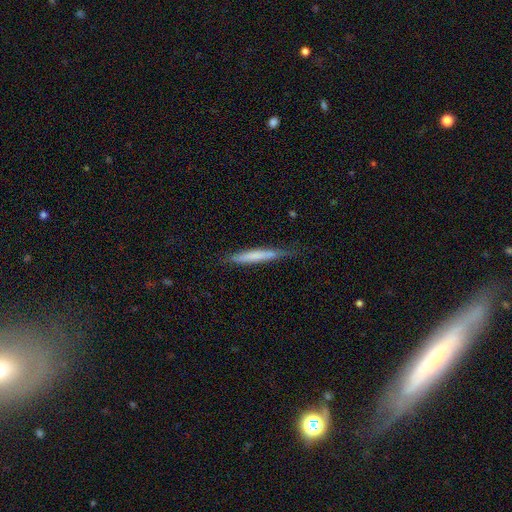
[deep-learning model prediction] Smooth or featured: smooth — 63% (featured or disk — 31%)
How rounded: cigar-shaped — 96% (in between — 3%)
Merging: none — 77% (minor disturbance — 18%)